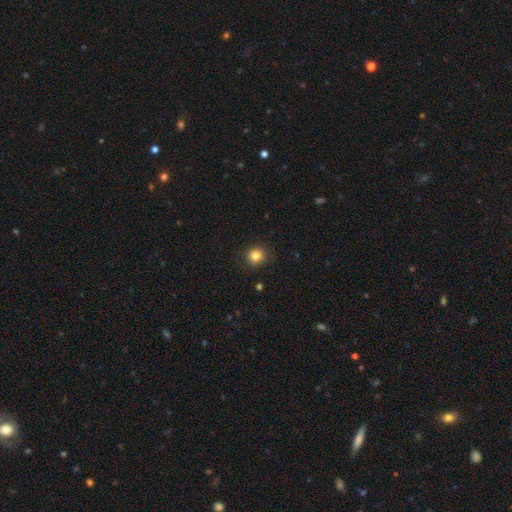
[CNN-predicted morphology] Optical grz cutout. It shows a smooth galaxy with no disk features (83%) that is round (88%). Merging: none (91%).